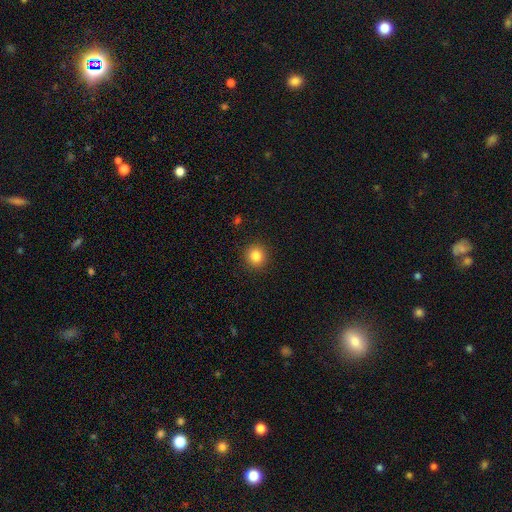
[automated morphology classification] Smooth or featured: smooth — 84% (star or artifact — 11%)
How rounded: round — 91% (in between — 8%)
Merging: none — 92% (minor disturbance — 5%)